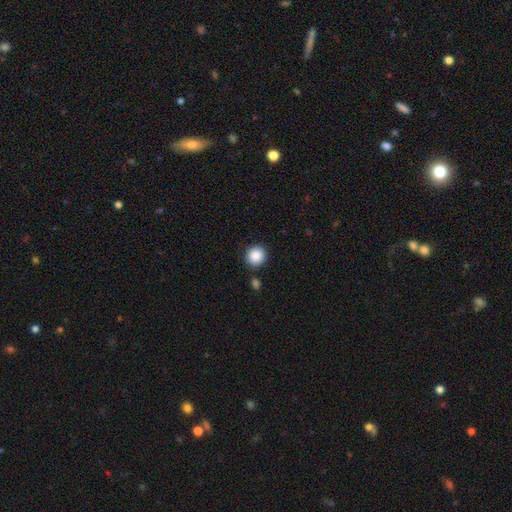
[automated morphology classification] Smooth or featured? Predicted: smooth (p=0.88). How rounded? Predicted: round (p=0.90). Merging? Predicted: none (p=0.85).